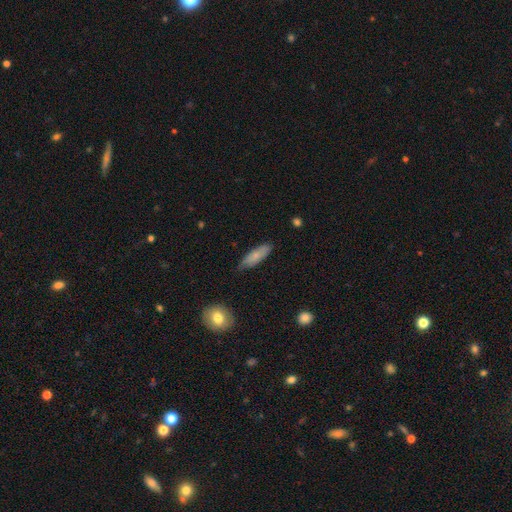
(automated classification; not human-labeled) smooth 76%, featured or disk 18%, star or artifact 6%. Down the decision tree: how rounded — cigar-shaped (50%); merging — none (73%).